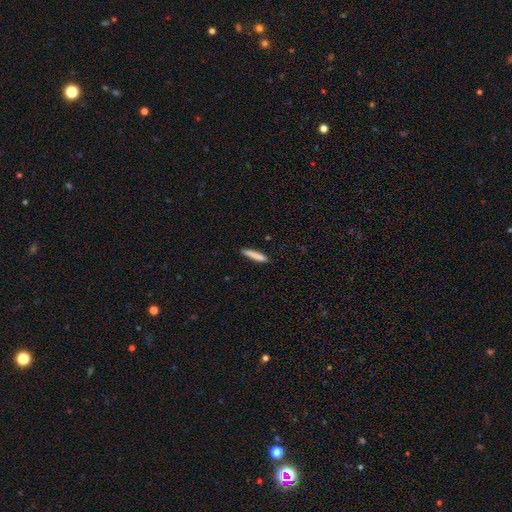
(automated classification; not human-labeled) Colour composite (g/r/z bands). It shows a smooth galaxy with no disk features (83%) that is cigar-shaped (90%). Merging: none (86%).